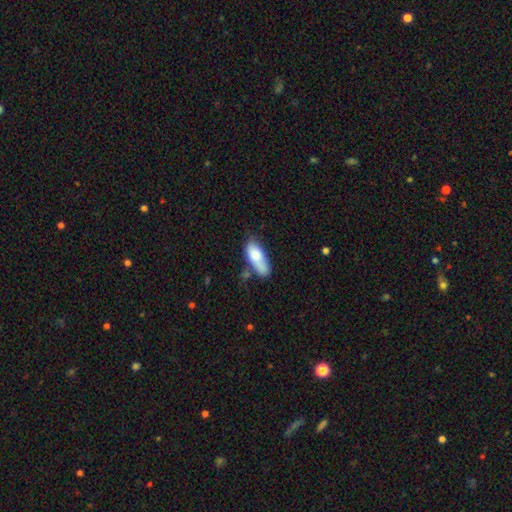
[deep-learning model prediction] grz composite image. It shows a smooth galaxy with no disk features (76%) that is in between round and cigar-shaped (75%). Merging: none (43%).